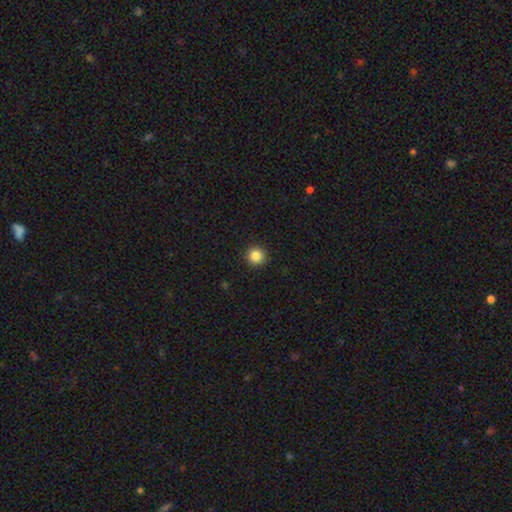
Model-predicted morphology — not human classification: A smooth galaxy with no disk features (86%) that is round (95%).

Vote fractions:
- Smooth or featured? smooth: 86% / star or artifact: 10% / featured or disk: 4%
- How rounded? round: 95% / in between: 4% / cigar-shaped: 1%
- Merging? none: 93% / minor disturbance: 5% / major disturbance: 2% / merger: 1%